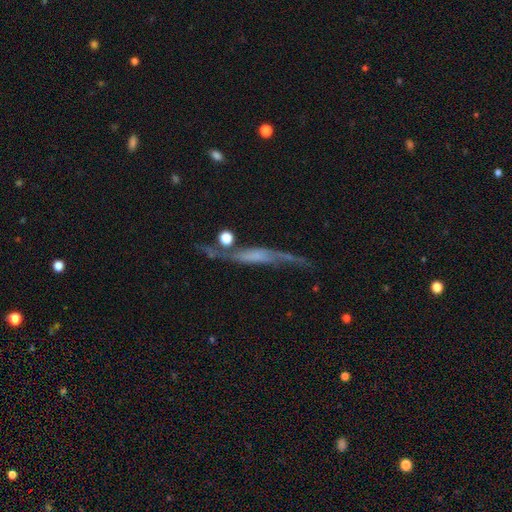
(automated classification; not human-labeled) Q: Smooth or featured?
A: featured or disk (71%); runner-up: smooth (20%)
Q: Edge-on disk?
A: yes (60%); runner-up: no (40%)
Q: Merging?
A: none (48%); runner-up: minor disturbance (24%)